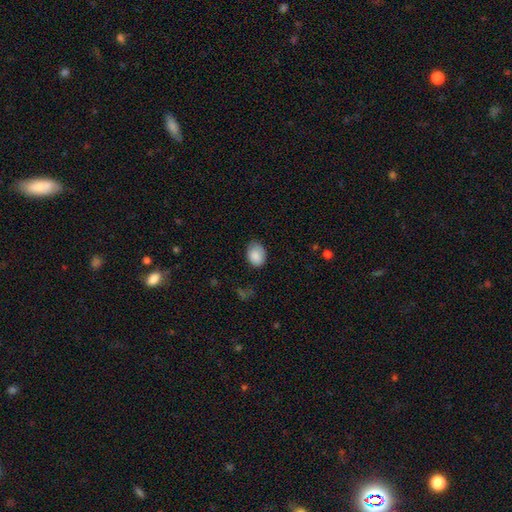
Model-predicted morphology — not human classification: Q: Smooth or featured?
A: smooth (87%); runner-up: star or artifact (8%)
Q: How rounded?
A: in between (67%); runner-up: round (32%)
Q: Merging?
A: none (66%); runner-up: minor disturbance (27%)